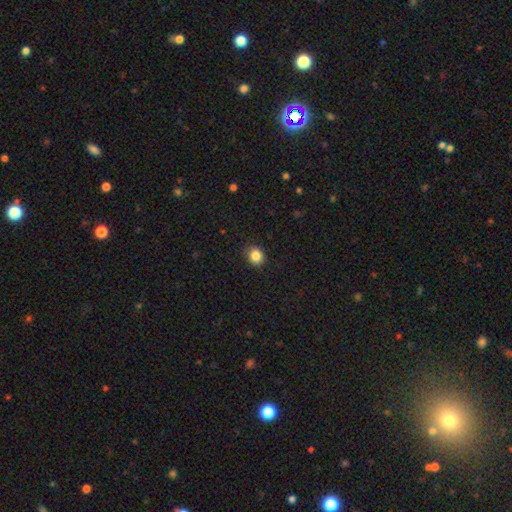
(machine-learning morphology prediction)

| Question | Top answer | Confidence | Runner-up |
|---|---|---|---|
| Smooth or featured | smooth | 85% | star or artifact (10%) |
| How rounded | round | 77% | in between (22%) |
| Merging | none | 90% | minor disturbance (7%) |